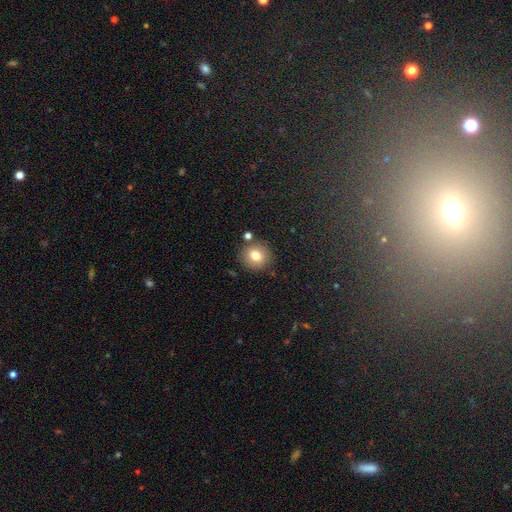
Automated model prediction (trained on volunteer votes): Overall: smooth (79%). How rounded: round (90%). Merging: none (84%).